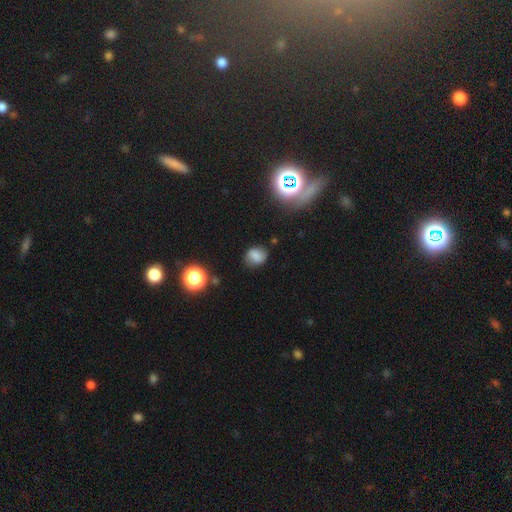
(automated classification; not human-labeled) Q: Smooth or featured?
A: smooth (67%); runner-up: featured or disk (18%)
Q: How rounded?
A: round (55%); runner-up: in between (44%)
Q: Merging?
A: none (74%); runner-up: minor disturbance (18%)